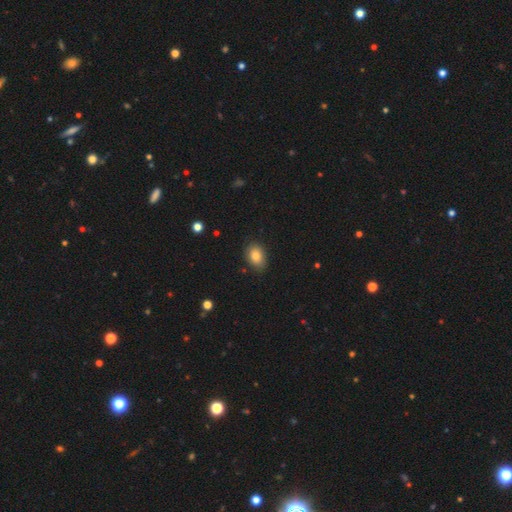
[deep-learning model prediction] The model was most divided on "how rounded": in between: 77%, round: 22%, cigar-shaped: 1%. More confident: smooth or featured — smooth (84%); merging — none (83%).